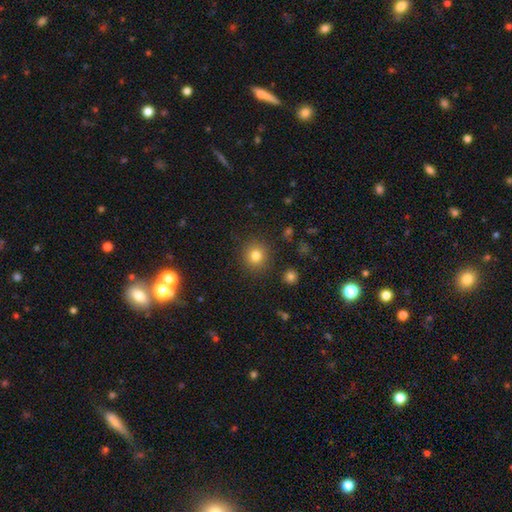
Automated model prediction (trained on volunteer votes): This appears to be a smooth galaxy with no disk features (81%) that is round (91%). Merging: none (89%).